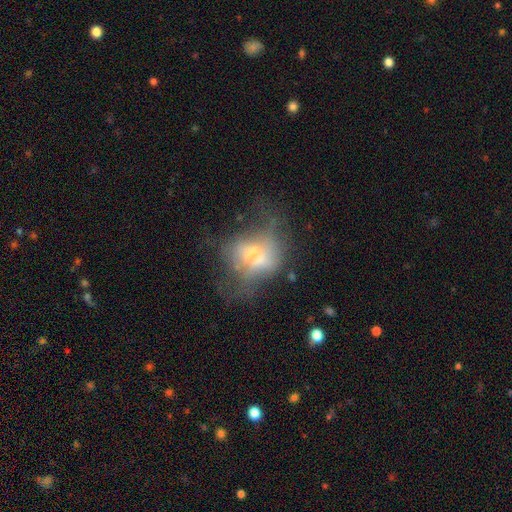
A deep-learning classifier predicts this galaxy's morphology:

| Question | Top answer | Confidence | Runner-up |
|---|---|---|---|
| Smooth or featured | featured or disk | 47% | smooth (40%) |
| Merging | major disturbance | 38% | none (26%) |